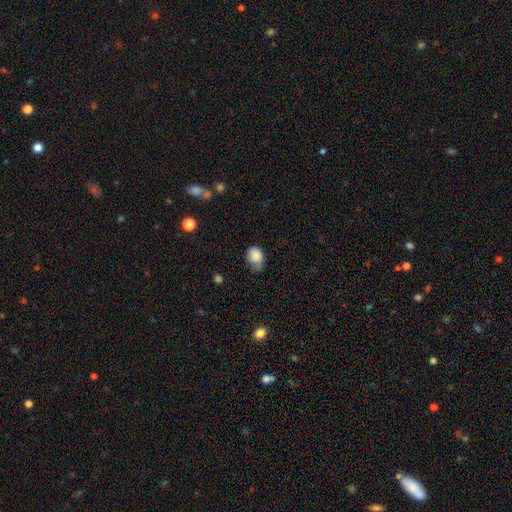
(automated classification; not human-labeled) Smooth or featured? smooth (85%)
How rounded? in between (72%)
Merging? minor disturbance (44%)